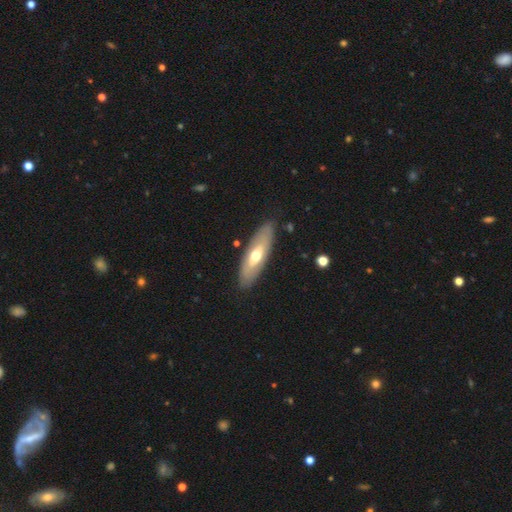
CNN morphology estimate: smooth_or_featured: featured or disk (p=0.51) [alt: smooth p=0.44]
disk_edge_on: no (p=0.63) [alt: yes p=0.37]
merging: none (p=0.85) [alt: minor disturbance p=0.11]